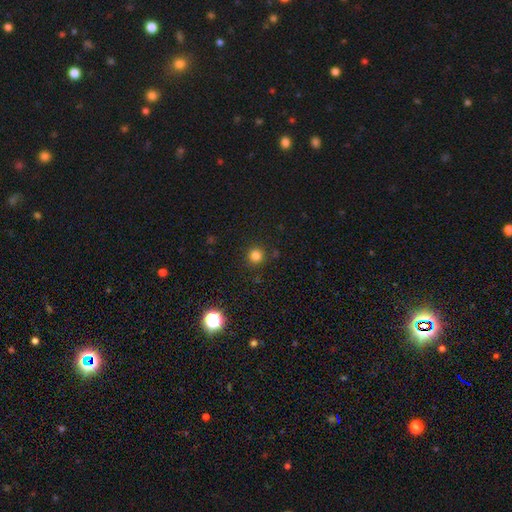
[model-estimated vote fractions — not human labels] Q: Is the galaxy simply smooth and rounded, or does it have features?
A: smooth — 80%.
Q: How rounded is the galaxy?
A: round — 95%.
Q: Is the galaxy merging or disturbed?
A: none — 90%.